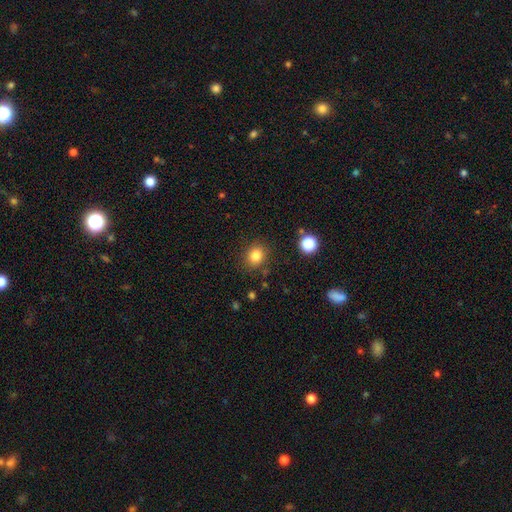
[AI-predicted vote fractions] smooth 82%, star or artifact 12%, featured or disk 6%. Down the decision tree: how rounded — round (68%); merging — none (85%).